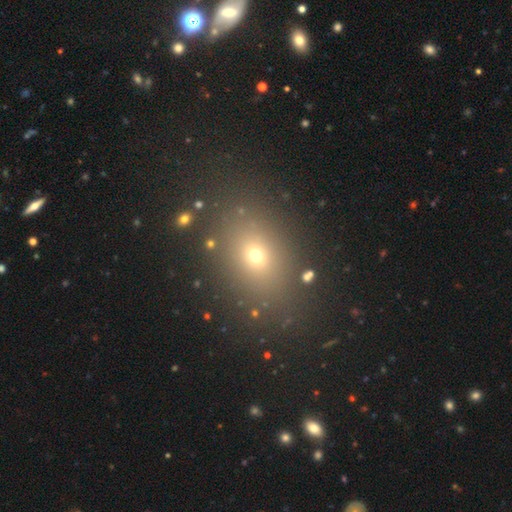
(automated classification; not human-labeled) This appears to be a smooth galaxy with no disk features (63%) that is in between round and cigar-shaped (62%). Merging: none (86%).